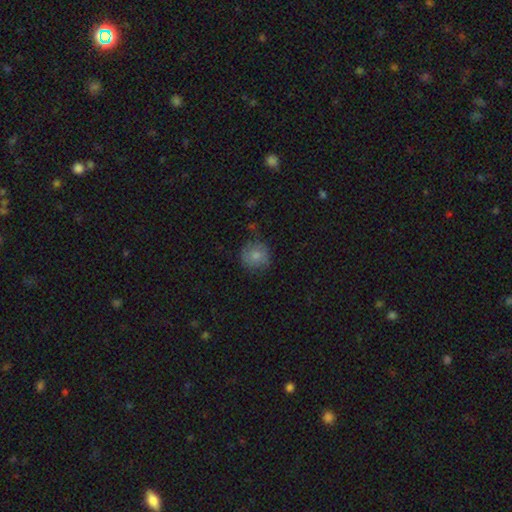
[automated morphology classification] Q: Smooth or featured?
A: smooth (76%); runner-up: featured or disk (16%)
Q: How rounded?
A: round (90%); runner-up: in between (9%)
Q: Merging?
A: none (72%); runner-up: minor disturbance (21%)